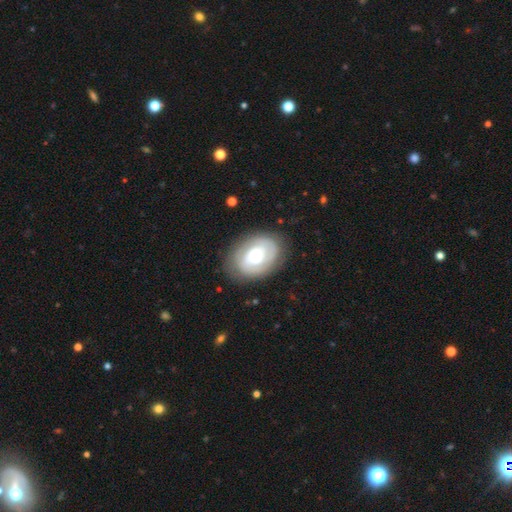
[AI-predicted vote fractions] smooth-or-featured: featured or disk: 68% | smooth: 26% | star or artifact: 6%
  disk-edge-on: no: 97% | yes: 3%
    bar: no: 68% | weak: 26% | strong: 6%
    has-spiral-arms: yes: 82% | no: 18%
      spiral-winding: tight: 64% | medium: 27% | loose: 9%
      spiral-arm-count: 2: 46% | can't tell: 33% | 3: 10% | 1: 6% | 4: 3% | more than 4: 3%
    bulge-size: moderate: 51% | small: 35% | large: 10% | dominant: 2% | none: 1%
  merging: none: 79% | minor disturbance: 14% | major disturbance: 6% | merger: 1%